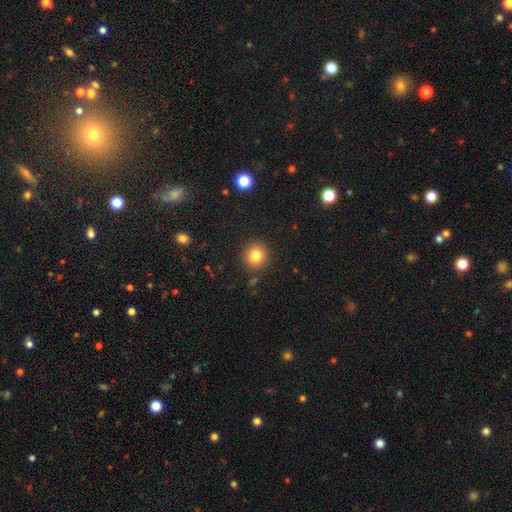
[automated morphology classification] This is clearly a smooth galaxy (83%). How rounded: clearly round (90%). Merging: clearly none (88%).